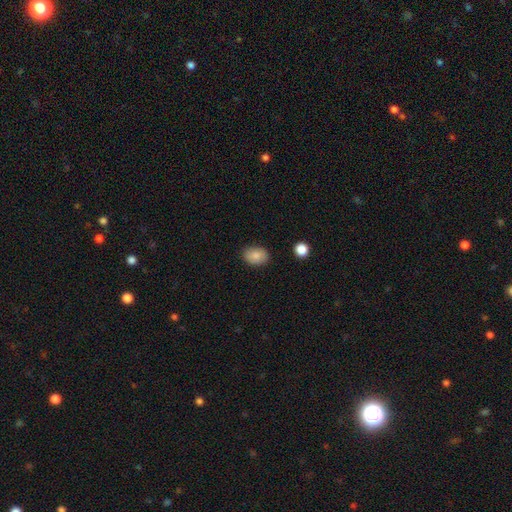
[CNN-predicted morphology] The model was most divided on "how rounded": in between: 75%, round: 24%, cigar-shaped: 1%. More confident: merging — none (85%); smooth or featured — smooth (84%).